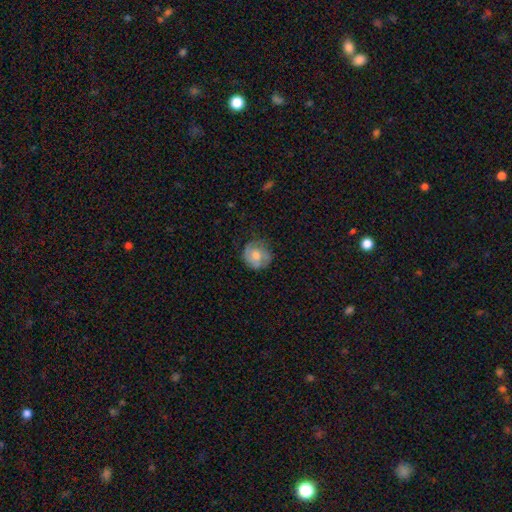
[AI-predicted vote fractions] smooth-or-featured: smooth: 57% | featured or disk: 35% | star or artifact: 7%
  how-rounded: round: 86% | in between: 13% | cigar-shaped: 1%
  merging: none: 67% | minor disturbance: 23% | major disturbance: 8% | merger: 1%